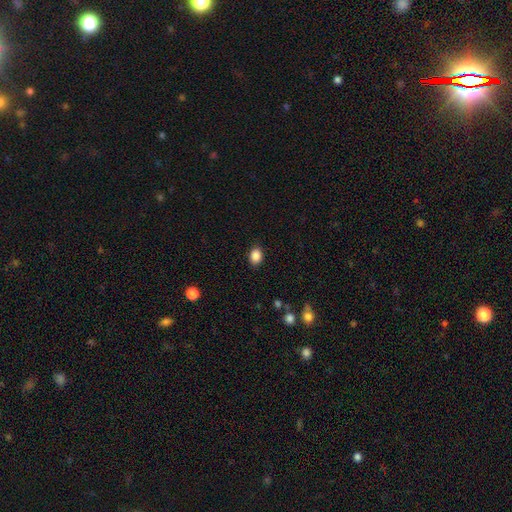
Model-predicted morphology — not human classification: Q: Smooth or featured?
A: smooth (87%); runner-up: star or artifact (9%)
Q: How rounded?
A: in between (65%); runner-up: round (34%)
Q: Merging?
A: none (88%); runner-up: minor disturbance (8%)